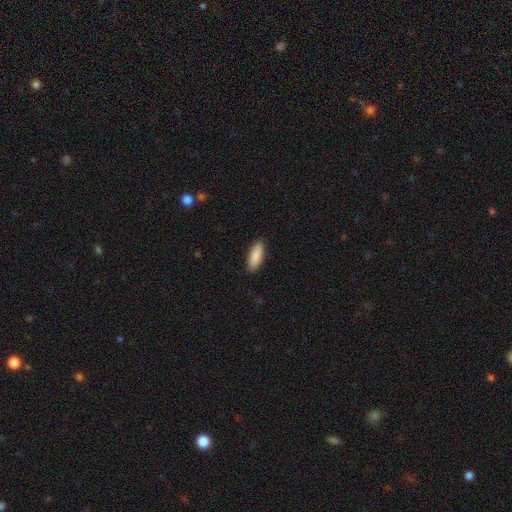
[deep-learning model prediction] Morphology: type=smooth (89%); roundness=in between (71%); merging=none (89%).